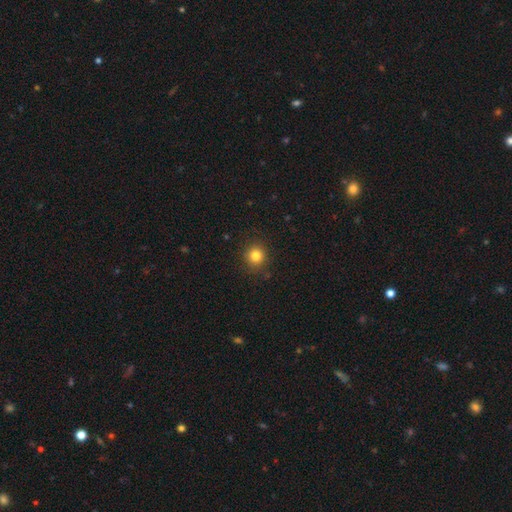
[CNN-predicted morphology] Smooth or featured?
  - smooth: 82% *
  - star or artifact: 13%
  - featured or disk: 5%
How rounded?
  - round: 91% *
  - in between: 8%
  - cigar-shaped: 1%
Merging?
  - none: 89% *
  - minor disturbance: 8%
  - major disturbance: 2%
  - merger: 1%